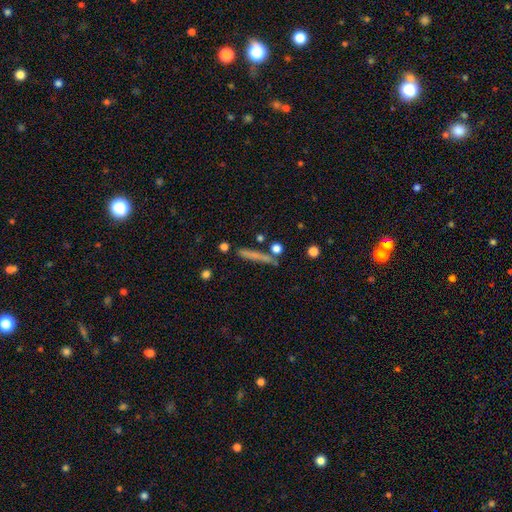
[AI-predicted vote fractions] Smooth or featured? smooth (58%)
How rounded? cigar-shaped (89%)
Merging? none (77%)